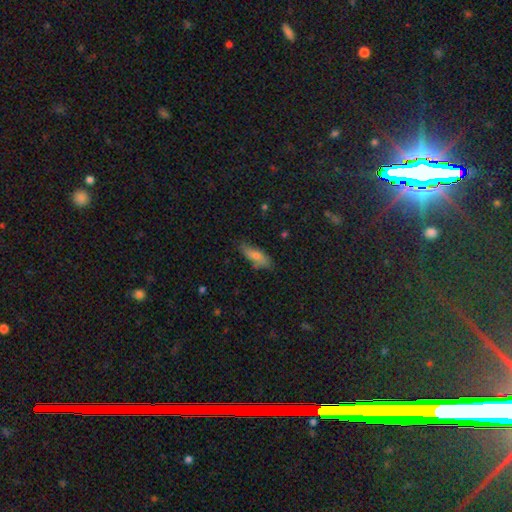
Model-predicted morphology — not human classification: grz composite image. It shows a smooth galaxy with no disk features (70%) that is in between round and cigar-shaped (60%). Merging: none (73%).